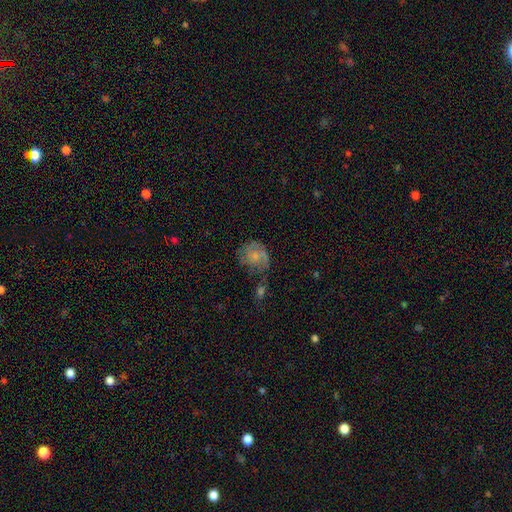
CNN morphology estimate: This is possibly a smooth galaxy (58%). How rounded: likely round (62%). Merging: marginally none (40%).